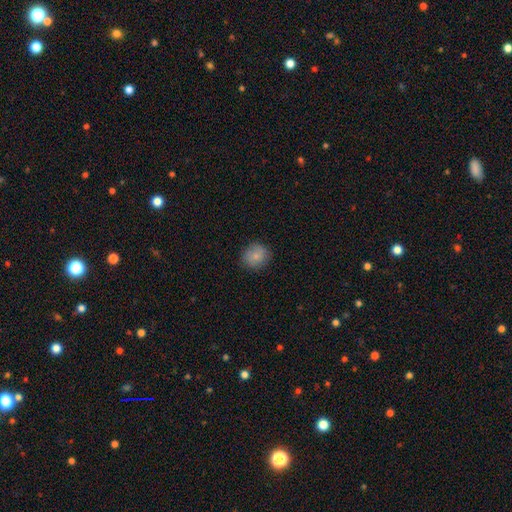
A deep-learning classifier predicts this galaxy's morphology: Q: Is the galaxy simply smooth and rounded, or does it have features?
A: smooth — 84%.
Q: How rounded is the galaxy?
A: round — 84%.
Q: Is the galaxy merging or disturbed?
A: none — 85%.